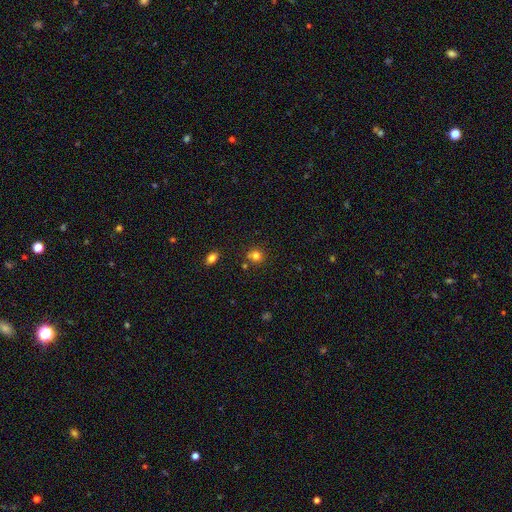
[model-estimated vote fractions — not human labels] A smooth galaxy with no disk features (77%) that is round (88%).

Vote fractions:
- Smooth or featured? smooth: 77% / star or artifact: 15% / featured or disk: 8%
- How rounded? round: 88% / in between: 11% / cigar-shaped: 1%
- Merging? none: 74% / merger: 14% / minor disturbance: 10% / major disturbance: 3%